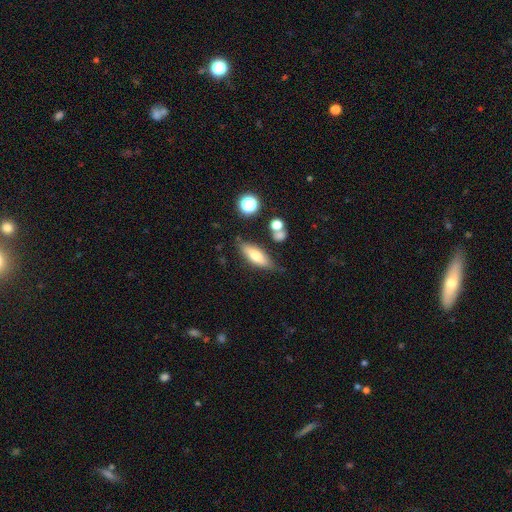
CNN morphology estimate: Smooth or featured: smooth — 65% (featured or disk — 27%)
How rounded: in between — 59% (cigar-shaped — 38%)
Merging: none — 70% (minor disturbance — 19%)